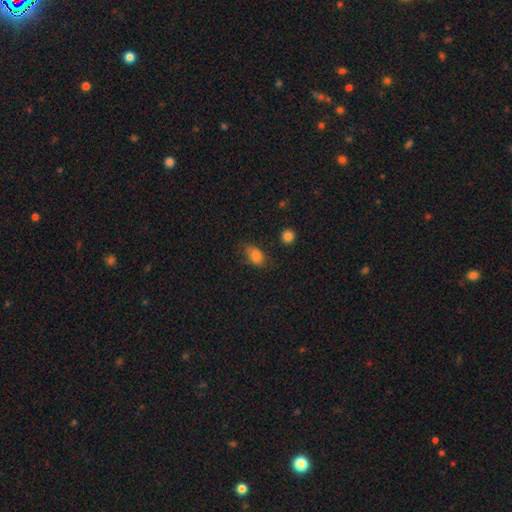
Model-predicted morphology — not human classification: smooth_or_featured: smooth (p=0.80) [alt: featured or disk p=0.10]
how_rounded: in between (p=0.85) [alt: round p=0.13]
merging: none (p=0.65) [alt: minor disturbance p=0.25]